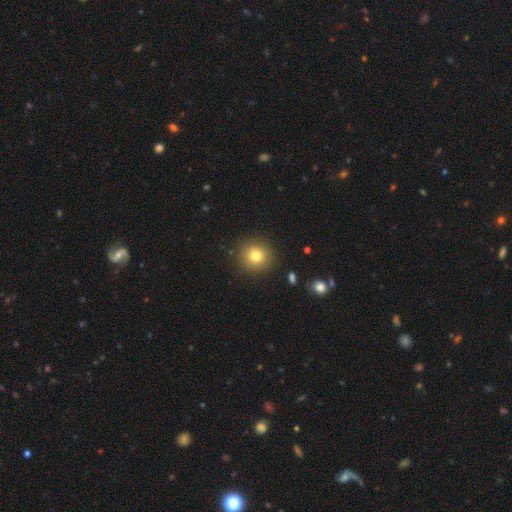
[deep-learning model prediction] This is likely a smooth galaxy (78%). How rounded: clearly round (92%). Merging: clearly none (89%).